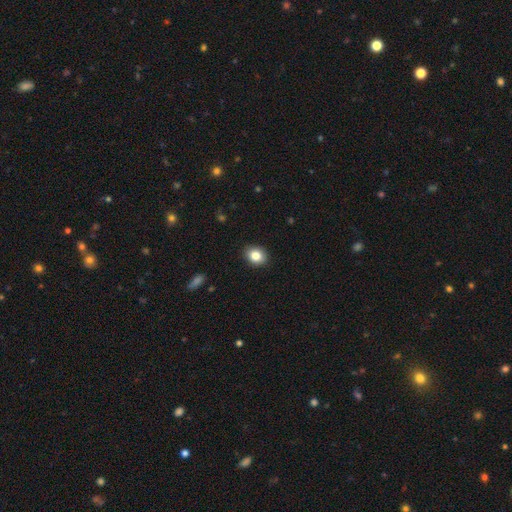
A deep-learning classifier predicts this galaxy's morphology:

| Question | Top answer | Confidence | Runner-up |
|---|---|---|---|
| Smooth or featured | smooth | 85% | star or artifact (9%) |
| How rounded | round | 56% | in between (43%) |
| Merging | none | 89% | minor disturbance (8%) |